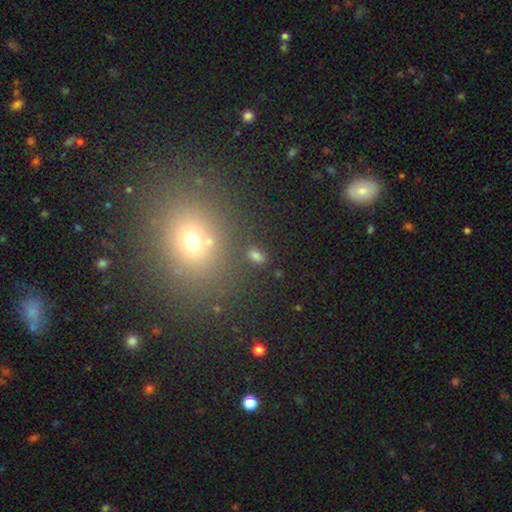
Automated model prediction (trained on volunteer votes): A smooth galaxy with no disk features (70%) that is in between round and cigar-shaped (72%). Merging: none (79%).